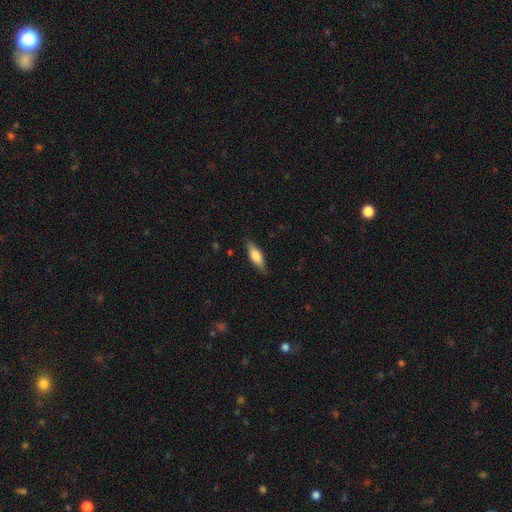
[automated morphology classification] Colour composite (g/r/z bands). It shows a smooth galaxy with no disk features (66%) that is in between round and cigar-shaped (49%, tied with cigar-shaped). Merging: none (84%).